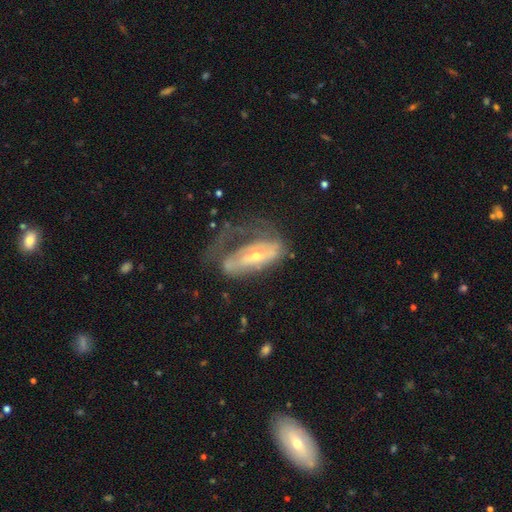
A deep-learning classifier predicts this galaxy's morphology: smooth-or-featured: featured or disk: 69% | smooth: 24% | star or artifact: 7%
  disk-edge-on: no: 85% | yes: 15%
    bar: no: 53% | weak: 28% | strong: 19%
    has-spiral-arms: yes: 60% | no: 40%
    bulge-size: small: 60% | moderate: 36% | large: 2% | none: 1% | dominant: 1%
  merging: major disturbance: 51% | none: 24% | minor disturbance: 21% | merger: 4%